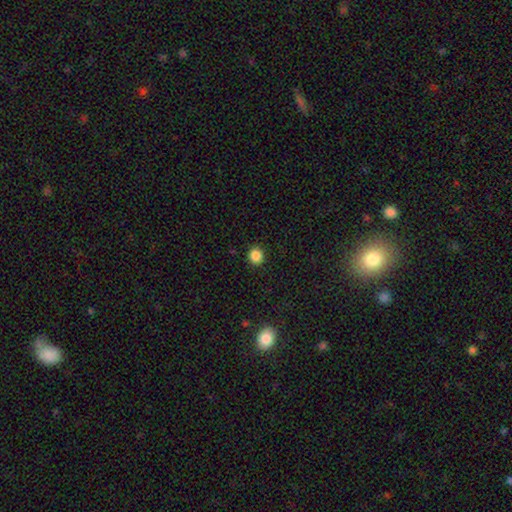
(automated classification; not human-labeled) smooth 87%, star or artifact 11%, featured or disk 3%. Down the decision tree: how rounded — round (84%); merging — none (91%).